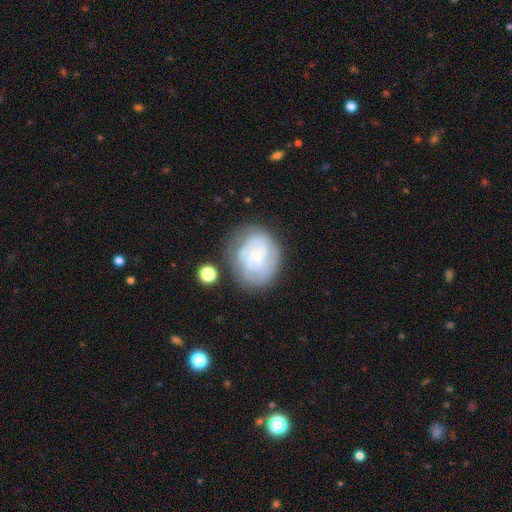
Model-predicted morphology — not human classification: A featured or disk galaxy (69%) with no bar (64%), tight (63%) spiral arms (86%) and a small central bulge (49%).

Vote fractions:
- Smooth or featured? featured or disk: 69% / smooth: 24% / star or artifact: 8%
- Edge-on disk? no: 98% / yes: 2%
- Bar? no: 64% / weak: 29% / strong: 7%
- Spiral arms? yes: 86% / no: 14%
- Spiral winding? tight: 63% / medium: 28% / loose: 9%
- Spiral arm count? can't tell: 40% / 2: 26% / 3: 18% / 4: 6% / 1: 5% / more than 4: 4%
- Bulge size? small: 49% / none: 29% / moderate: 15% / large: 5% / dominant: 2%
- Merging? none: 67% / minor disturbance: 20% / major disturbance: 10% / merger: 4%